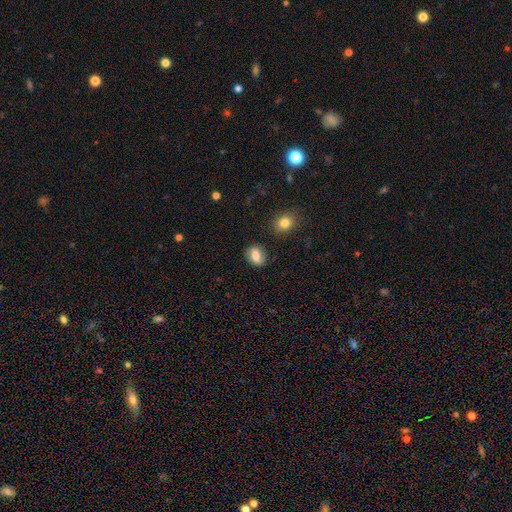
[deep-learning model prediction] Morphology: type=smooth (73%); roundness=in between (68%); merging=none (79%).